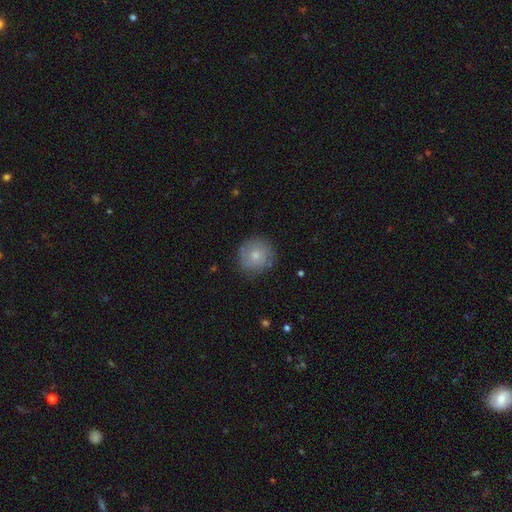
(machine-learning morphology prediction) smooth_or_featured: smooth (p=0.65) [alt: featured or disk p=0.27]
how_rounded: round (p=0.92) [alt: in between p=0.07]
merging: none (p=0.78) [alt: minor disturbance p=0.16]